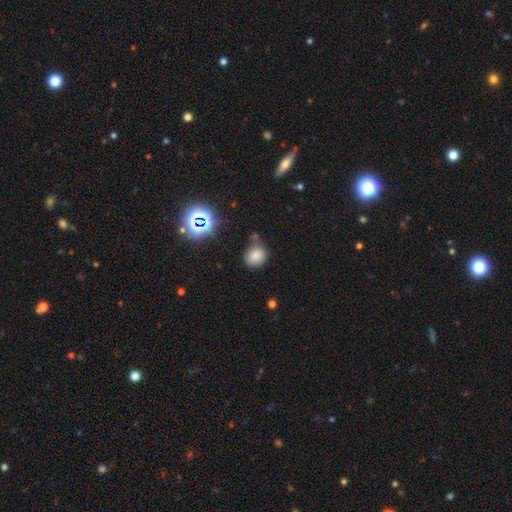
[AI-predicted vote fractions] A smooth galaxy with no disk features (76%) that is round (67%).

Vote fractions:
- Smooth or featured? smooth: 76% / star or artifact: 17% / featured or disk: 7%
- How rounded? round: 67% / in between: 32% / cigar-shaped: 1%
- Merging? none: 69% / minor disturbance: 19% / merger: 8% / major disturbance: 5%